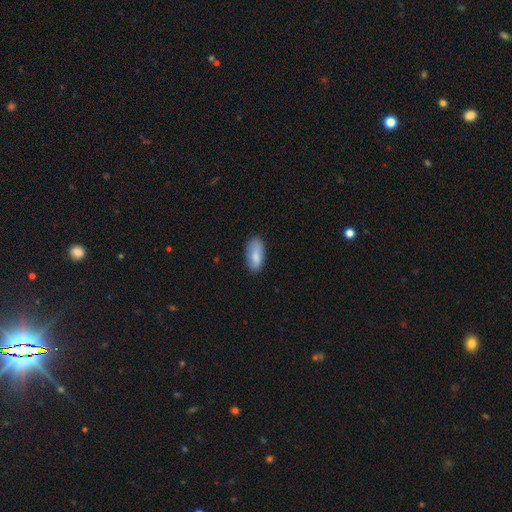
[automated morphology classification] Q: Smooth or featured?
A: smooth (82%); runner-up: featured or disk (12%)
Q: How rounded?
A: in between (89%); runner-up: cigar-shaped (9%)
Q: Merging?
A: none (79%); runner-up: minor disturbance (17%)